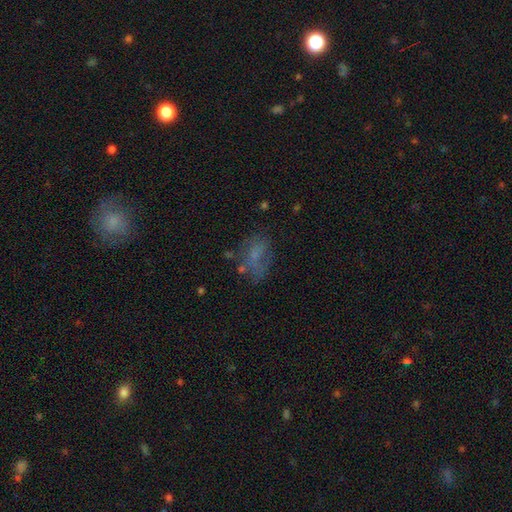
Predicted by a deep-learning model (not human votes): Morphology: type=smooth (50%); roundness=in between (81%); merging=none (44%).